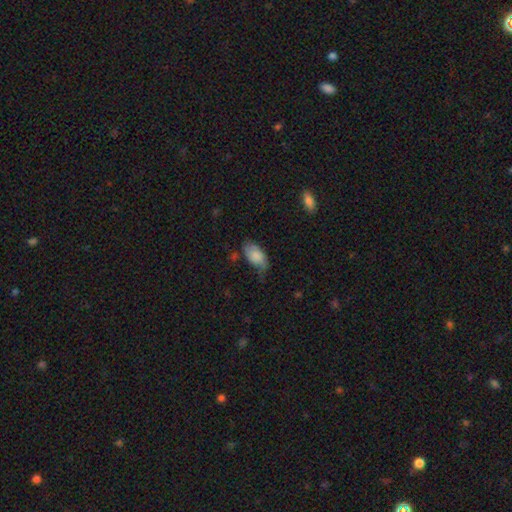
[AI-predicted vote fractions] The model was most divided on "merging": none: 50%, minor disturbance: 36%, major disturbance: 11%, merger: 3%. More confident: how rounded — in between (94%); smooth or featured — smooth (80%).